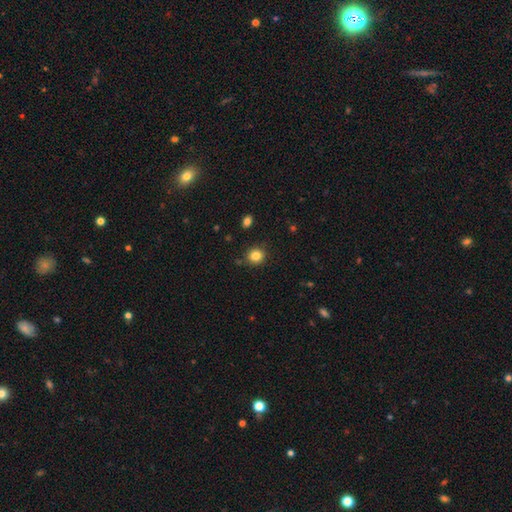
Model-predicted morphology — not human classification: Smooth or featured: smooth — 83% (star or artifact — 11%)
How rounded: round — 86% (in between — 13%)
Merging: none — 86% (minor disturbance — 9%)